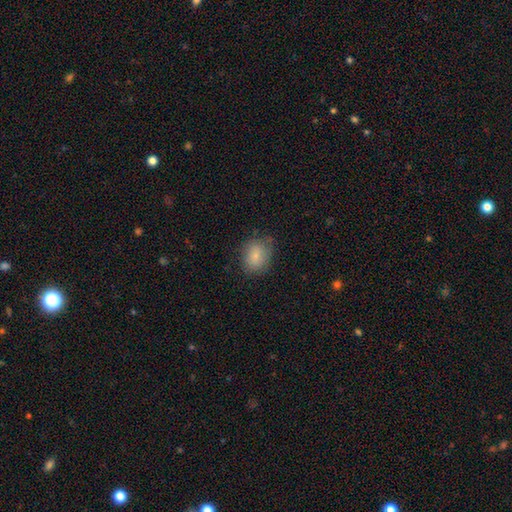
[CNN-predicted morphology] Smooth or featured? Predicted: smooth (p=0.82). How rounded? Predicted: in between (p=0.51). Merging? Predicted: none (p=0.72).